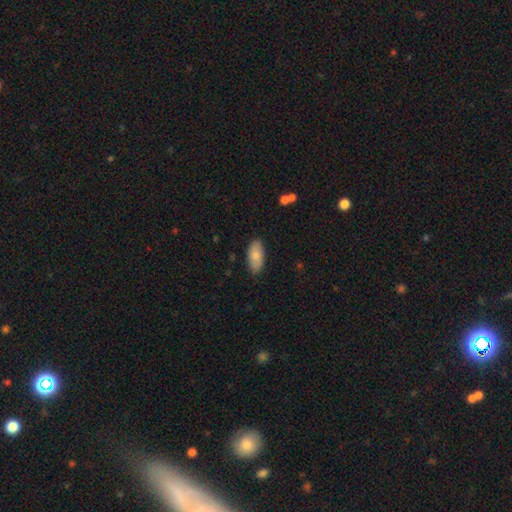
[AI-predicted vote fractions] The model was most divided on "smooth or featured": smooth: 79%, featured or disk: 14%, star or artifact: 6%. More confident: how rounded — in between (91%); merging — none (85%).